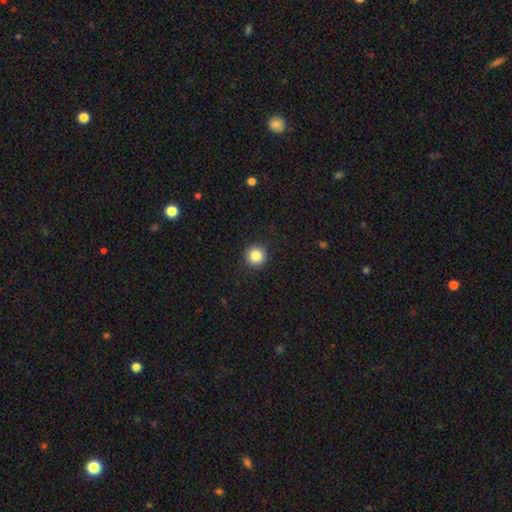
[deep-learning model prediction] Overall: smooth (86%). How rounded: round (95%). Merging: none (91%).